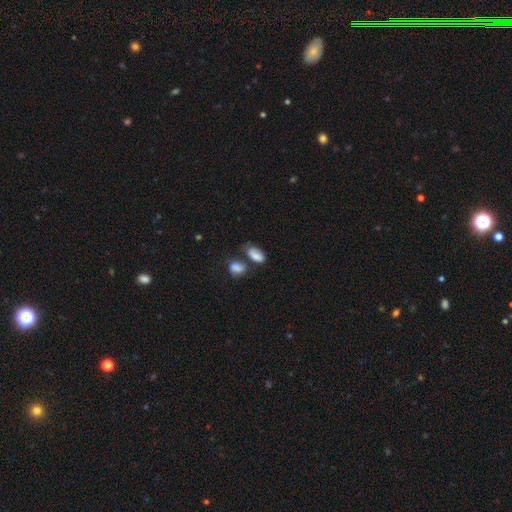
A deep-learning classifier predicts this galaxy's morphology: smooth 80%, featured or disk 10%, star or artifact 9%. Down the decision tree: how rounded — in between (90%); merging — none (39%).